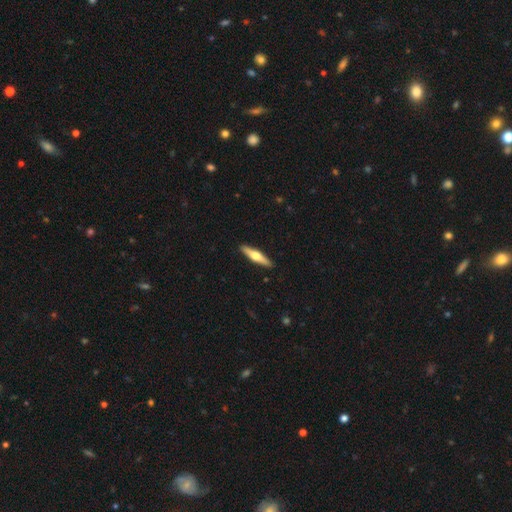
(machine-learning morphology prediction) This appears to be a featured or disk galaxy (57%) viewed edge-on (96%) with a rounded central bulge (93%). Merging: none (91%).